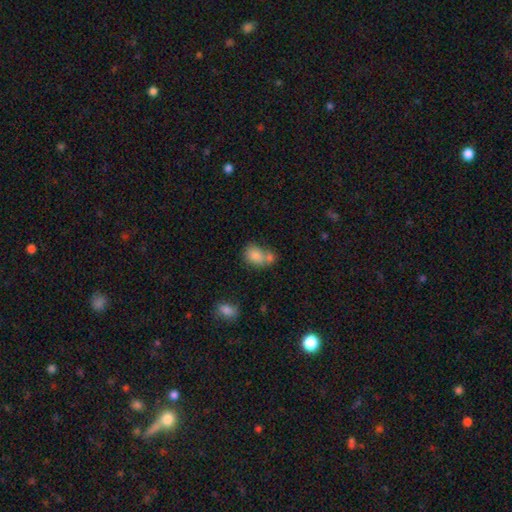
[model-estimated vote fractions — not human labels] Q: Smooth or featured?
A: smooth (79%); runner-up: featured or disk (11%)
Q: How rounded?
A: in between (59%); runner-up: round (39%)
Q: Merging?
A: merger (50%); runner-up: none (33%)